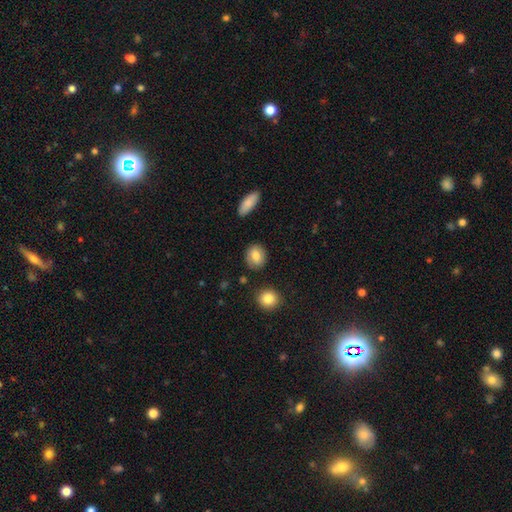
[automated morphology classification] Smooth or featured? Predicted: smooth (p=0.78). How rounded? Predicted: round (p=0.56). Merging? Predicted: none (p=0.84).